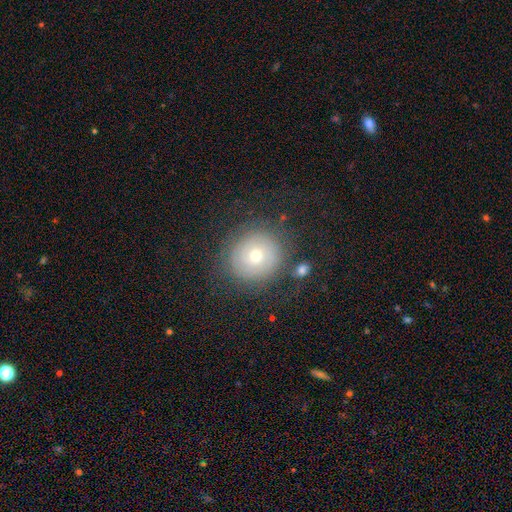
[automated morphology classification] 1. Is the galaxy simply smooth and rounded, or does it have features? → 52% smooth, 36% featured or disk, 12% star or artifact.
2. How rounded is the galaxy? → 90% round, 9% in between, 1% cigar-shaped.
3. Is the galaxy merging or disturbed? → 79% none, 12% minor disturbance, 7% major disturbance, 3% merger.